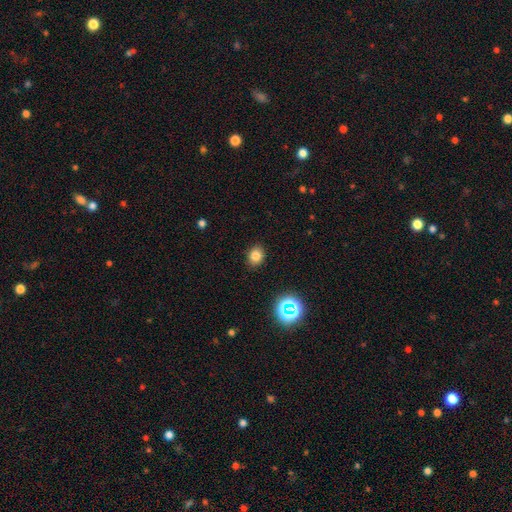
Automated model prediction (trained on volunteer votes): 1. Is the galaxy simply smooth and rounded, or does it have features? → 79% smooth, 15% star or artifact, 6% featured or disk.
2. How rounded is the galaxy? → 53% round, 46% in between, 1% cigar-shaped.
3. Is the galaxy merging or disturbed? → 88% none, 8% minor disturbance, 2% major disturbance, 1% merger.